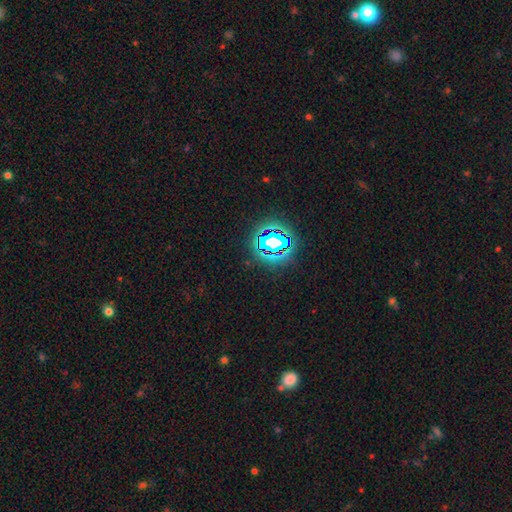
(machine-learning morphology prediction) The model was most divided on "smooth or featured": star or artifact: 79%, smooth: 13%, featured or disk: 8%.